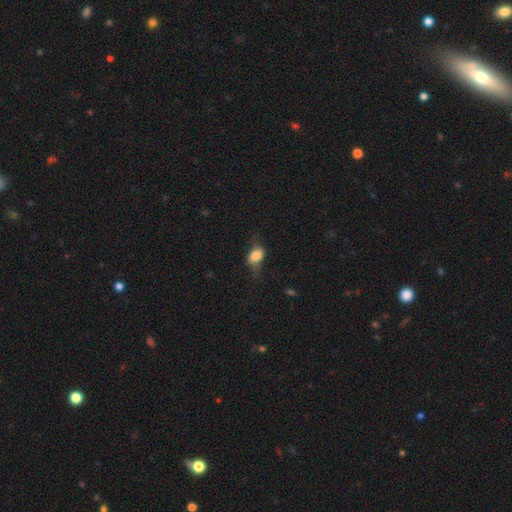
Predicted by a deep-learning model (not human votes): A smooth galaxy with no disk features (69%) that is in between round and cigar-shaped (74%). Merging: none (47%).